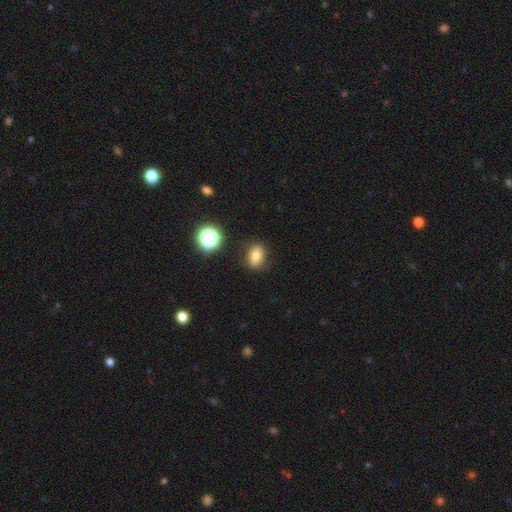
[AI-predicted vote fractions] Smooth or featured? Predicted: smooth (p=0.74). How rounded? Predicted: in between (p=0.67). Merging? Predicted: none (p=0.85).